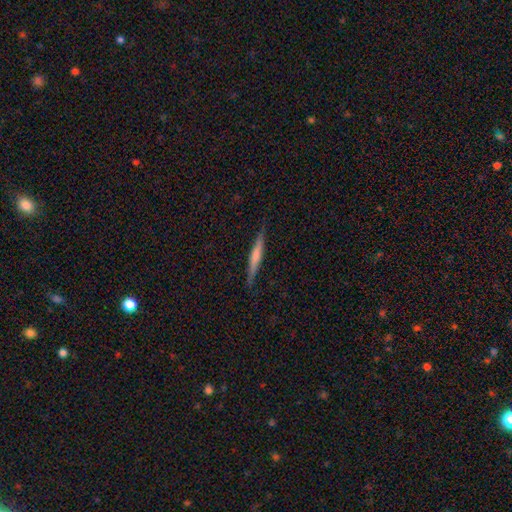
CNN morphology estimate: Q: Smooth or featured?
A: featured or disk (48%); runner-up: smooth (46%)
Q: Merging?
A: none (89%); runner-up: minor disturbance (9%)